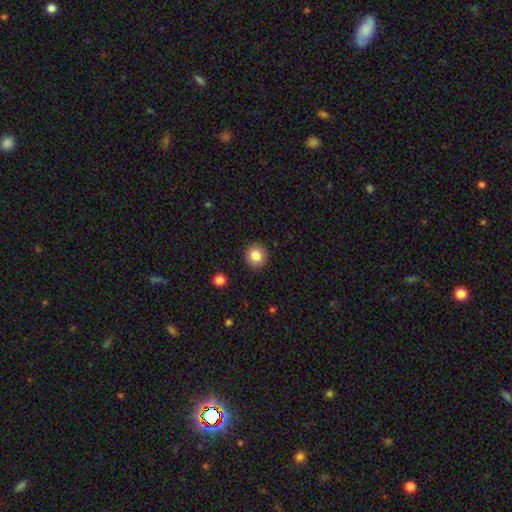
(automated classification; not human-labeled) The model was most divided on "smooth or featured": smooth: 84%, star or artifact: 10%, featured or disk: 6%. More confident: merging — none (91%); how rounded — round (89%).